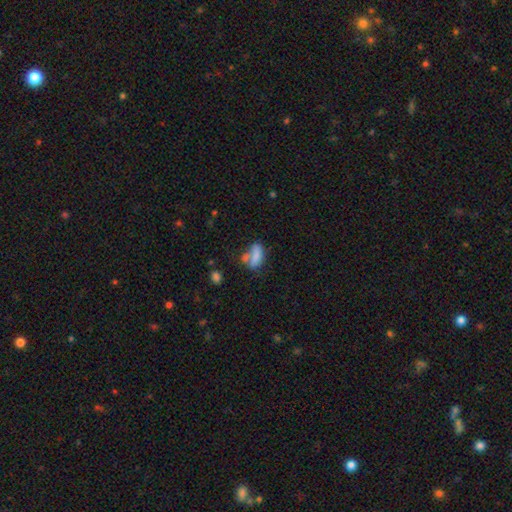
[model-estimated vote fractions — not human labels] This appears to be a smooth galaxy with no disk features (72%) that is in between round and cigar-shaped (81%). Merging: none (34%).